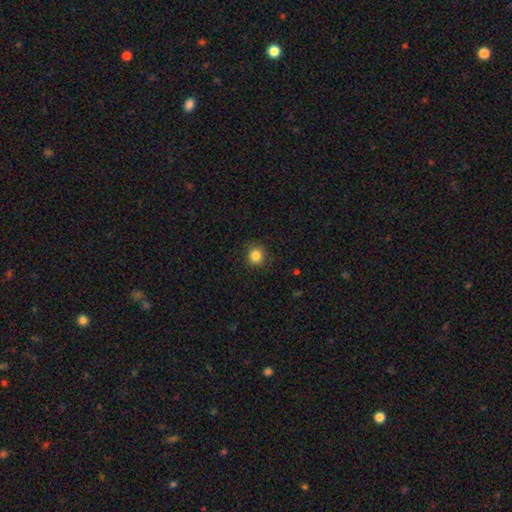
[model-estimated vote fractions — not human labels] A smooth galaxy with no disk features (85%) that is round (91%).

Vote fractions:
- Smooth or featured? smooth: 85% / star or artifact: 11% / featured or disk: 4%
- How rounded? round: 91% / in between: 8% / cigar-shaped: 1%
- Merging? none: 89% / minor disturbance: 7% / major disturbance: 2% / merger: 1%